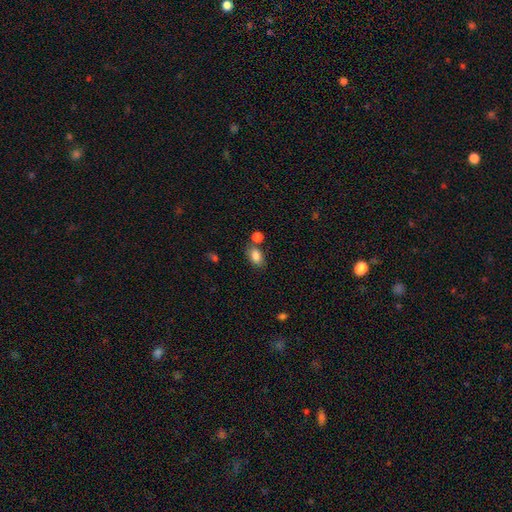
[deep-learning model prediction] The model was most divided on "merging": none: 67%, merger: 15%, minor disturbance: 14%, major disturbance: 4%. More confident: how rounded — in between (86%); smooth or featured — smooth (85%).